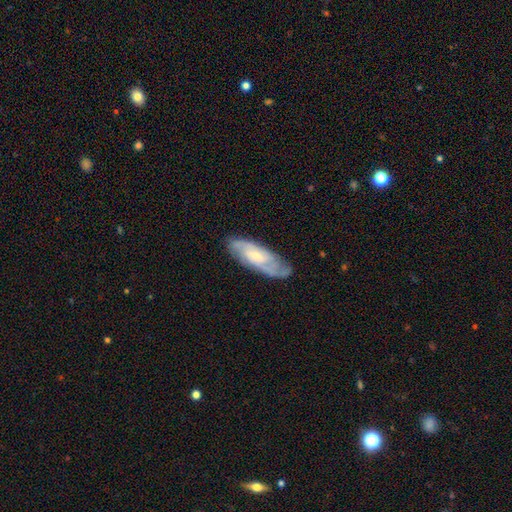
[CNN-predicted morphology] Smooth or featured?
  - featured or disk: 71% *
  - smooth: 23%
  - star or artifact: 6%
Edge-on disk?
  - no: 85% *
  - yes: 15%
Bar?
  - no: 60% *
  - weak: 34%
  - strong: 7%
Spiral arms?
  - yes: 92% *
  - no: 8%
Spiral winding?
  - tight: 49% *
  - medium: 39%
  - loose: 12%
Spiral arm count?
  - 2: 43% *
  - can't tell: 31%
  - 3: 15%
  - 4: 5%
  - 1: 3%
  - more than 4: 3%
Bulge size?
  - small: 53% *
  - moderate: 38%
  - none: 5%
  - large: 3%
  - dominant: 1%
Merging?
  - none: 79% *
  - minor disturbance: 16%
  - major disturbance: 4%
  - merger: 1%